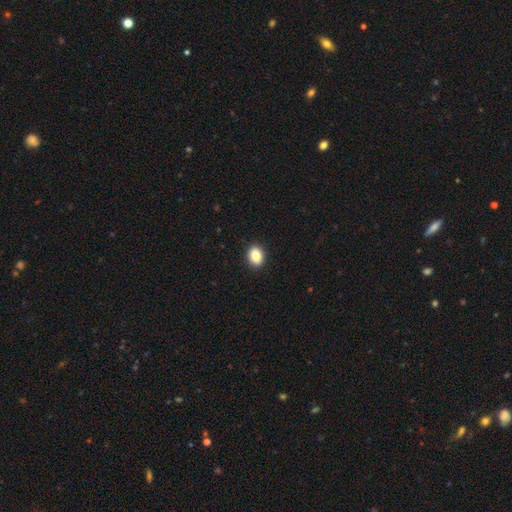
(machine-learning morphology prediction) This is clearly a smooth galaxy (87%). How rounded: likely in between (65%). Merging: clearly none (91%).